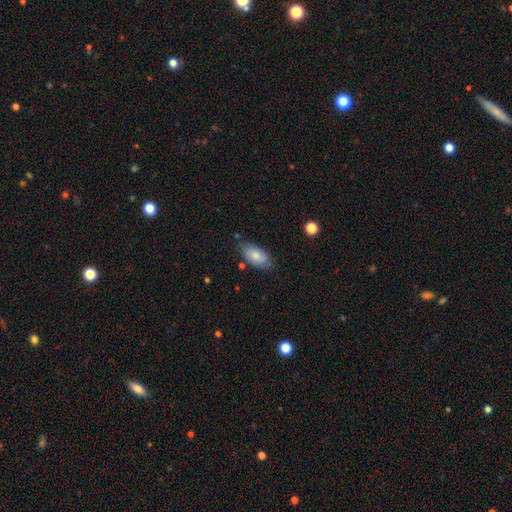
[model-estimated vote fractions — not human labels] Smooth or featured?
  - smooth: 76% *
  - featured or disk: 17%
  - star or artifact: 7%
How rounded?
  - in between: 92% *
  - cigar-shaped: 5%
  - round: 3%
Merging?
  - none: 72% *
  - minor disturbance: 21%
  - major disturbance: 4%
  - merger: 3%